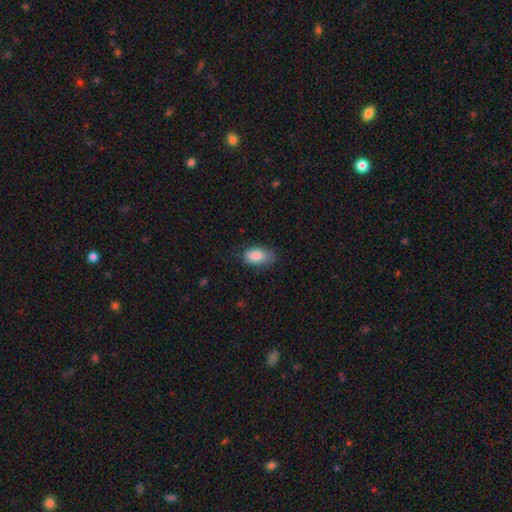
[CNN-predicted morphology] A smooth galaxy with no disk features (86%) that is in between round and cigar-shaped (93%). Merging: none (67%).